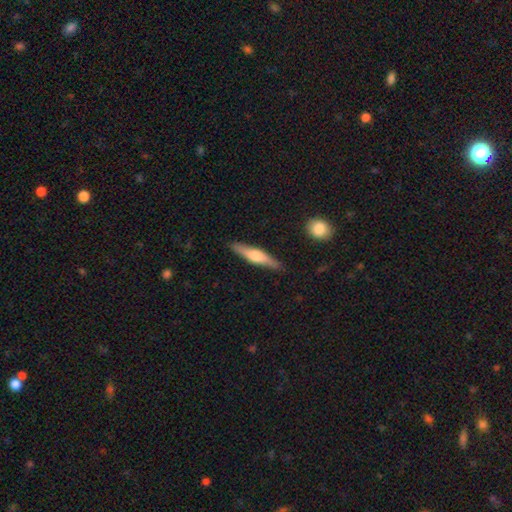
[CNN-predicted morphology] A featured or disk galaxy (50%) viewed edge-on (94%). Merging: none (88%).